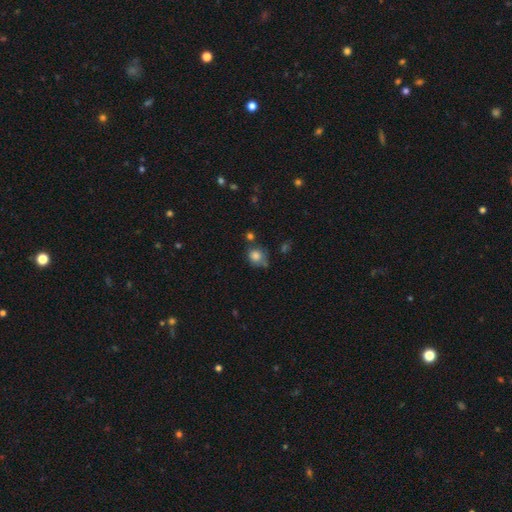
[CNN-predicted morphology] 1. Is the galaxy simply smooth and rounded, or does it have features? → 81% smooth, 11% star or artifact, 8% featured or disk.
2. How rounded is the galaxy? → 78% round, 21% in between, 1% cigar-shaped.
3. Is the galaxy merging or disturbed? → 57% none, 23% minor disturbance, 12% merger, 7% major disturbance.